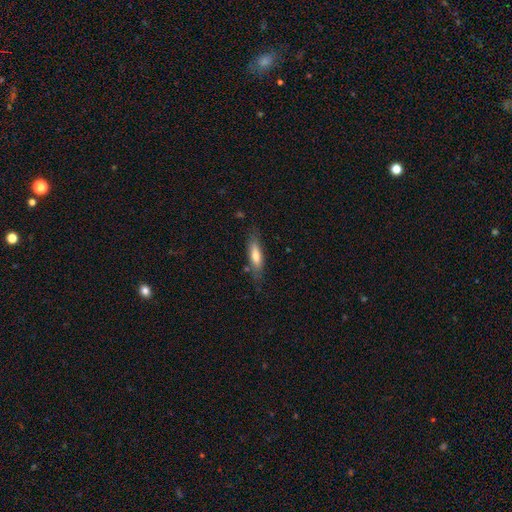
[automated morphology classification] This is likely a smooth galaxy (68%). How rounded: likely cigar-shaped (61%). Merging: likely none (75%).